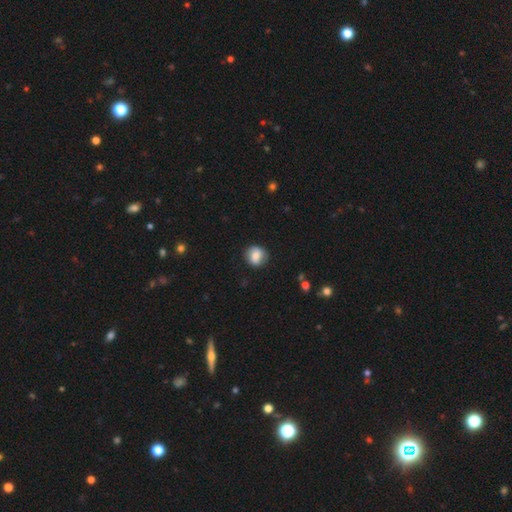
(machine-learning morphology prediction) A smooth galaxy with no disk features (79%) that is round (83%).

Vote fractions:
- Smooth or featured? smooth: 79% / featured or disk: 13% / star or artifact: 8%
- How rounded? round: 83% / in between: 16% / cigar-shaped: 1%
- Merging? none: 85% / minor disturbance: 11% / major disturbance: 3% / merger: 1%